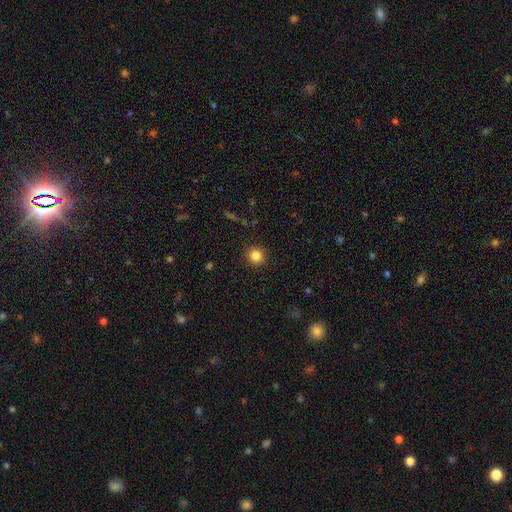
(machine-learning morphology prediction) A smooth galaxy with no disk features (85%) that is round (92%). Merging: none (91%).